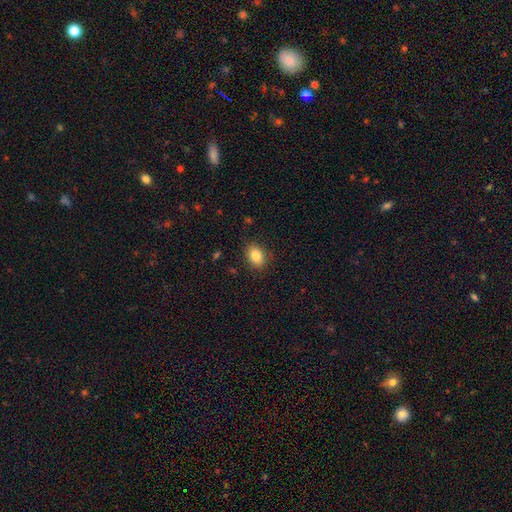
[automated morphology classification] This appears to be a smooth galaxy with no disk features (85%) that is in between round and cigar-shaped (70%). Merging: none (85%).